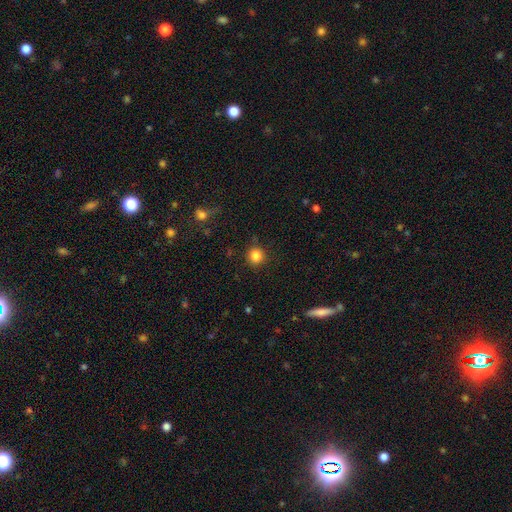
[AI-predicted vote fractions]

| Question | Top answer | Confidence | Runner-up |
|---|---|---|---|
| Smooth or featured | smooth | 84% | star or artifact (11%) |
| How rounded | round | 93% | in between (6%) |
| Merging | none | 89% | minor disturbance (7%) |